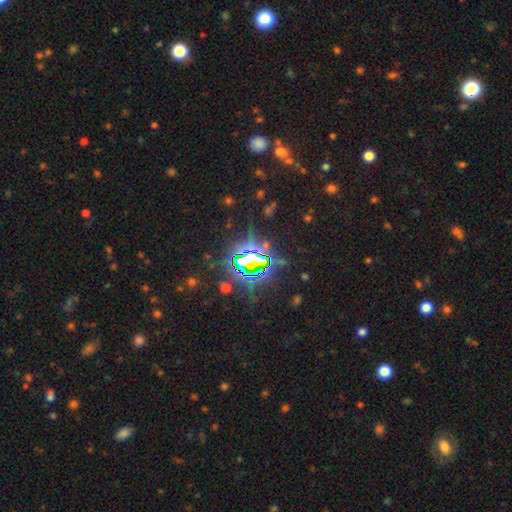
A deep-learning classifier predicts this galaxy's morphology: Smooth or featured?
  - star or artifact: 82% *
  - featured or disk: 9%
  - smooth: 9%